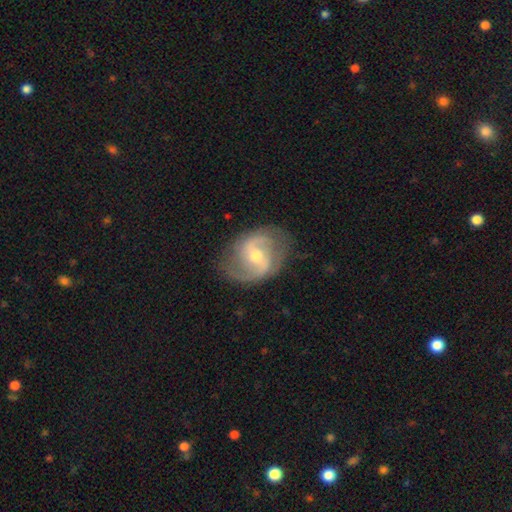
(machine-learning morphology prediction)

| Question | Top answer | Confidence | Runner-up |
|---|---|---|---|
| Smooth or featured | featured or disk | 84% | smooth (11%) |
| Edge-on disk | no | 97% | yes (3%) |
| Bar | weak | 51% | no (30%) |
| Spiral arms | yes | 93% | no (7%) |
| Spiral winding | medium | 51% | loose (30%) |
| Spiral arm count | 2 | 87% | can't tell (6%) |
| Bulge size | moderate | 61% | small (34%) |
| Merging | none | 75% | minor disturbance (17%) |